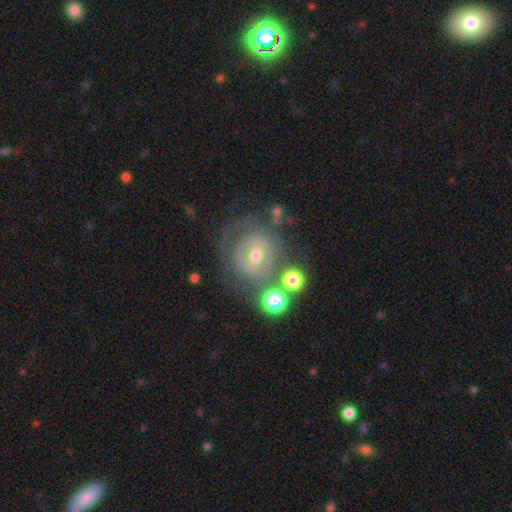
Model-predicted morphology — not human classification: A featured or disk galaxy (59%) with no bar (48%), no spiral arms (57%) and a moderate central bulge (66%). Merging: none (60%).